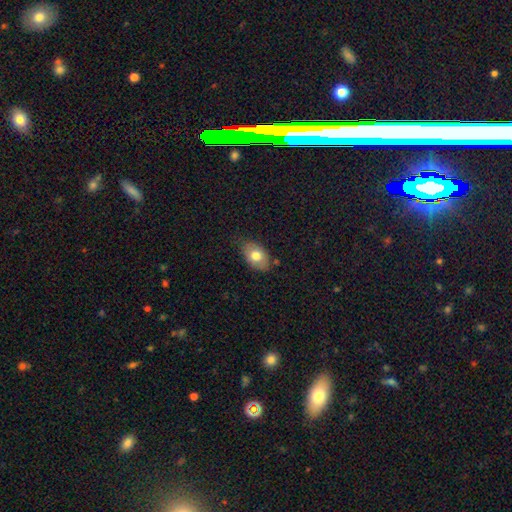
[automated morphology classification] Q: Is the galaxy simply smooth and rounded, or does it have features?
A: smooth — 74%.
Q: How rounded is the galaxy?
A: in between — 86%.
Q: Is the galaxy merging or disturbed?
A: none — 71%.